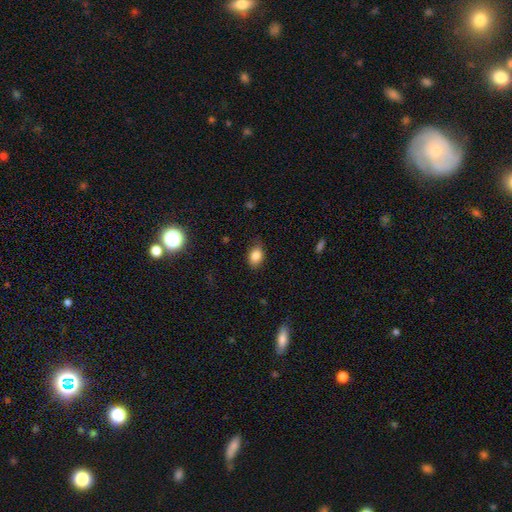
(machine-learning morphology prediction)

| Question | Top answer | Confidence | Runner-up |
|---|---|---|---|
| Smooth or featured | smooth | 83% | star or artifact (10%) |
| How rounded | in between | 79% | round (19%) |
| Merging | none | 78% | minor disturbance (18%) |